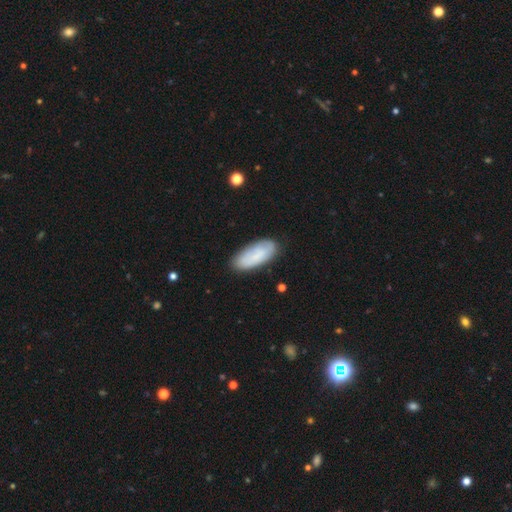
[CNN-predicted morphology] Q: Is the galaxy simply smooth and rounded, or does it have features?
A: smooth — 74%.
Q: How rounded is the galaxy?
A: in between — 85%.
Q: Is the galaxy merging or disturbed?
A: none — 80%.